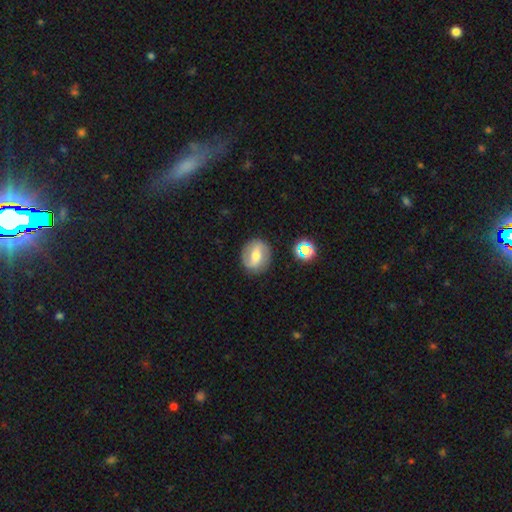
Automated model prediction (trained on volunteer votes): Overall: featured or disk (64%; smooth 28%). Edge-on disk: no (96%). Bar: strong (40%, tied with weak). Spiral arms: yes (80%). Bulge size: moderate (62%; small 27%). Merging: none (85%).